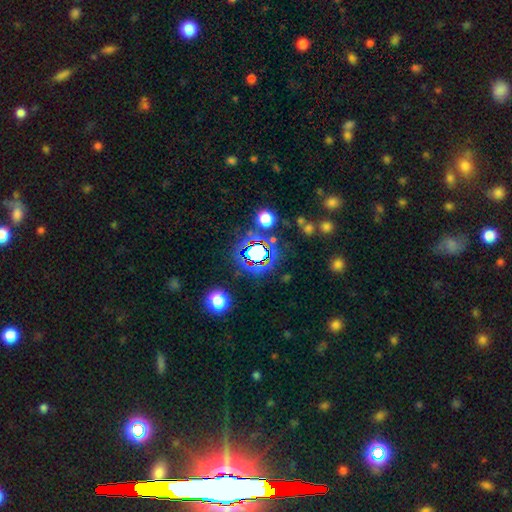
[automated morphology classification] A star or artifact, not a galaxy (71%).